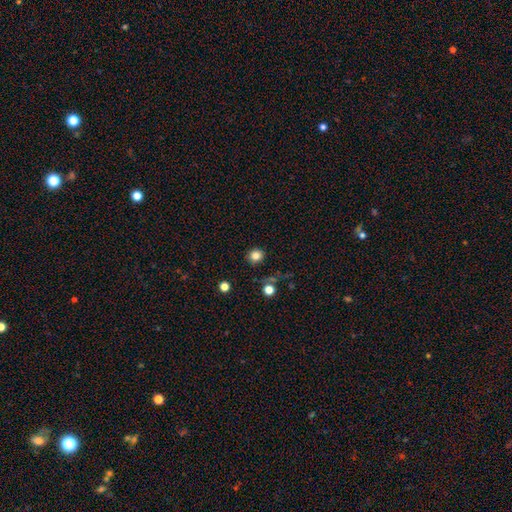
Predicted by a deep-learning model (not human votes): Smooth or featured?
  - smooth: 82% *
  - star or artifact: 12%
  - featured or disk: 6%
How rounded?
  - round: 85% *
  - in between: 14%
  - cigar-shaped: 1%
Merging?
  - none: 87% *
  - minor disturbance: 8%
  - major disturbance: 3%
  - merger: 2%